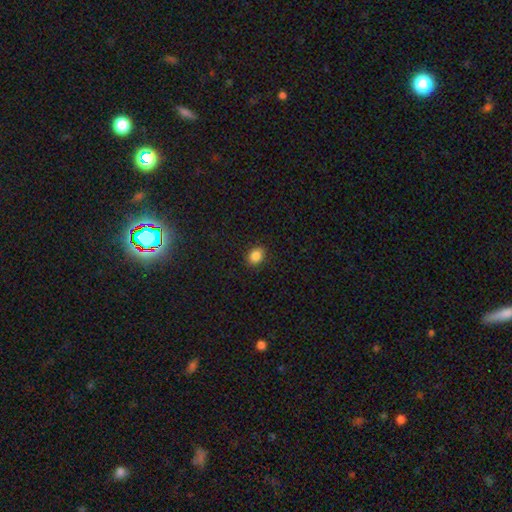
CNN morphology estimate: smooth 86%, star or artifact 10%, featured or disk 4%. Down the decision tree: how rounded — in between (56%); merging — none (89%).